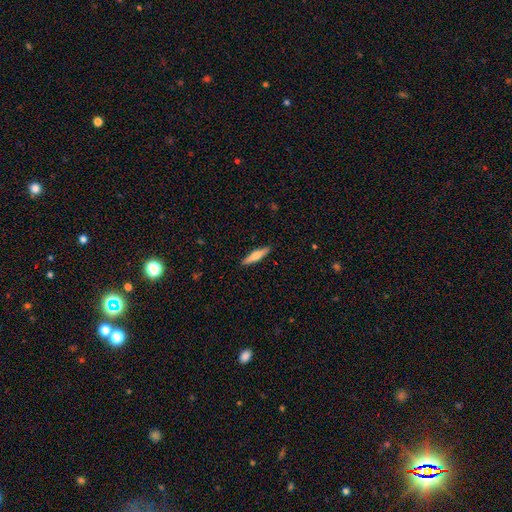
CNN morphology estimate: A smooth galaxy with no disk features (60%) that is cigar-shaped (84%). Merging: none (91%).